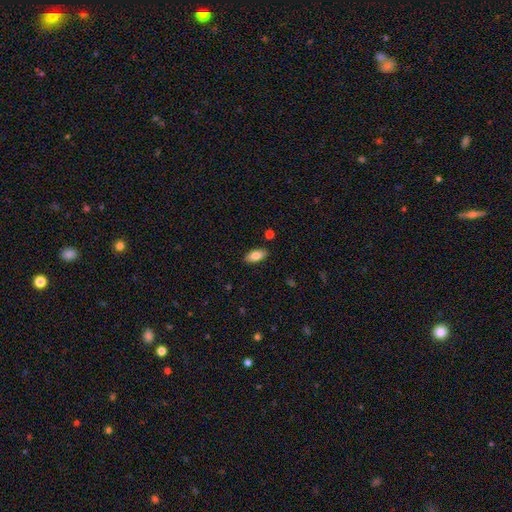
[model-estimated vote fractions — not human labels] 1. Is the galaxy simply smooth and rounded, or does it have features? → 82% smooth, 11% featured or disk, 7% star or artifact.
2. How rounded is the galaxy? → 89% in between, 9% cigar-shaped, 2% round.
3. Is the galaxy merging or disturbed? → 87% none, 9% minor disturbance, 2% major disturbance, 2% merger.